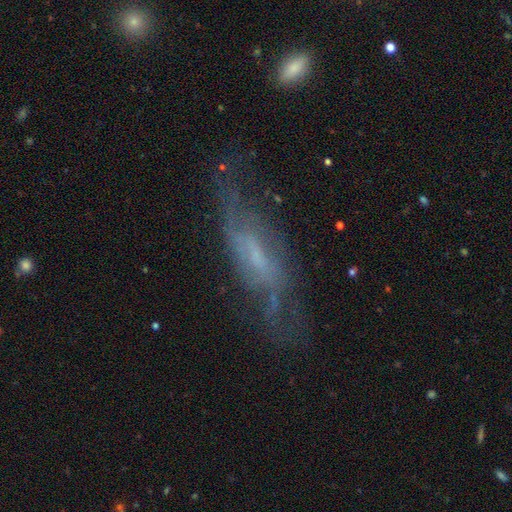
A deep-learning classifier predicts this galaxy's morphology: type=featured or disk (71%); edge-on=no (76%); bar=weak (44%); spiral arms=yes (77%); bulge=small (52%); merging=none (56%).